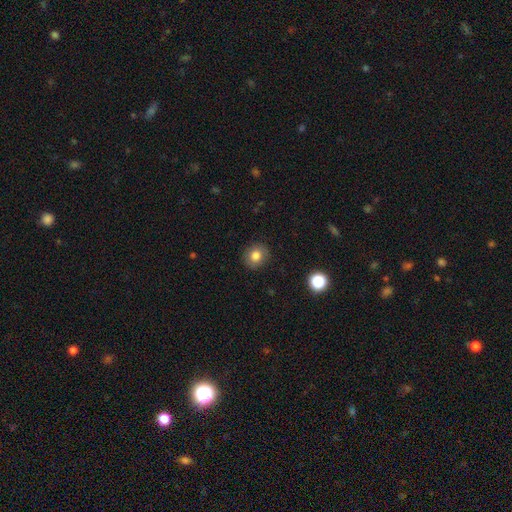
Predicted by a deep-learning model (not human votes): This is clearly a smooth galaxy (81%). How rounded: likely round (74%). Merging: clearly none (88%).